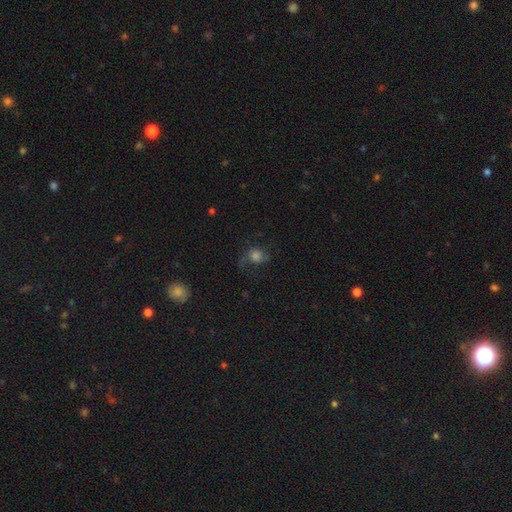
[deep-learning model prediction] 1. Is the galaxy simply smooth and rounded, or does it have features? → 42% featured or disk, 41% smooth, 16% star or artifact.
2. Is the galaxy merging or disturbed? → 55% none, 24% major disturbance, 19% minor disturbance, 2% merger.